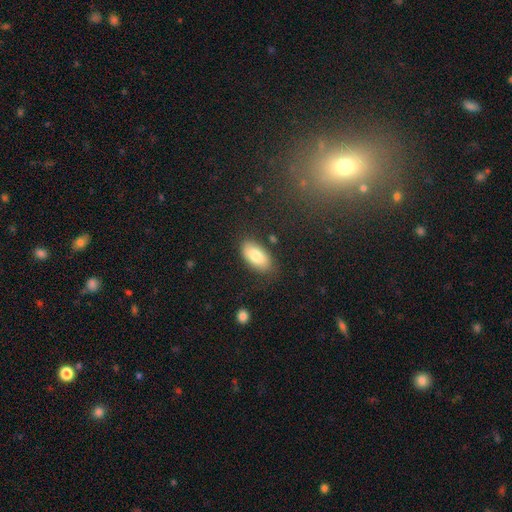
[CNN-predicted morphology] Overall: smooth (81%). How rounded: in between (94%). Merging: none (80%).